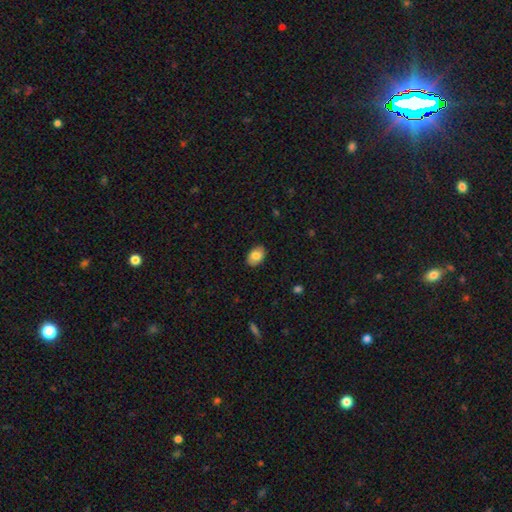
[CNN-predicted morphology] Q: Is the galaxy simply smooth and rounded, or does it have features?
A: smooth — 80%.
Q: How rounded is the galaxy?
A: in between — 85%.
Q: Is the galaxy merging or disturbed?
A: none — 87%.